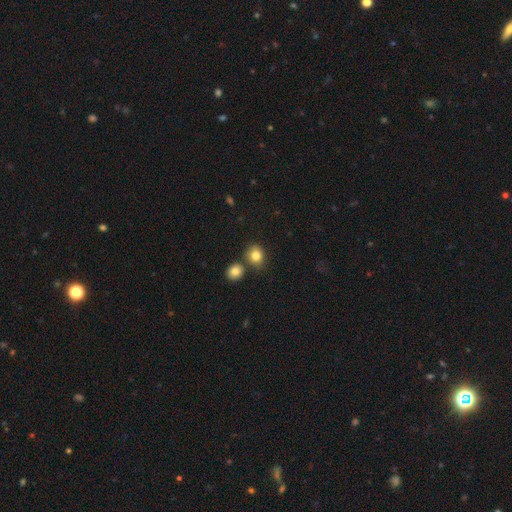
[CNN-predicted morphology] Overall: smooth (83%). How rounded: round (70%). Merging: none (68%).